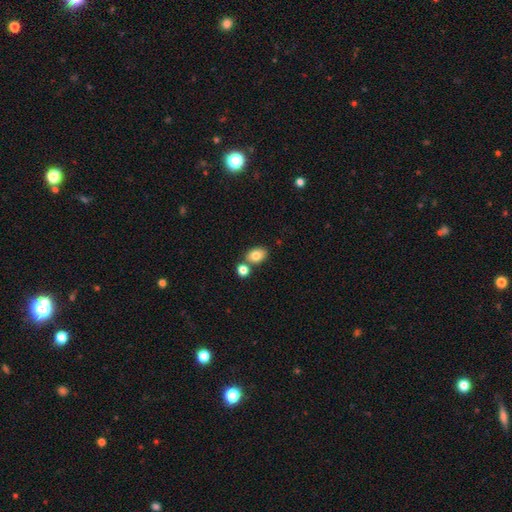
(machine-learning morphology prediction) A smooth galaxy with no disk features (80%) that is in between round and cigar-shaped (72%).

Vote fractions:
- Smooth or featured? smooth: 80% / featured or disk: 10% / star or artifact: 10%
- How rounded? in between: 72% / round: 26% / cigar-shaped: 1%
- Merging? none: 64% / merger: 23% / minor disturbance: 10% / major disturbance: 3%